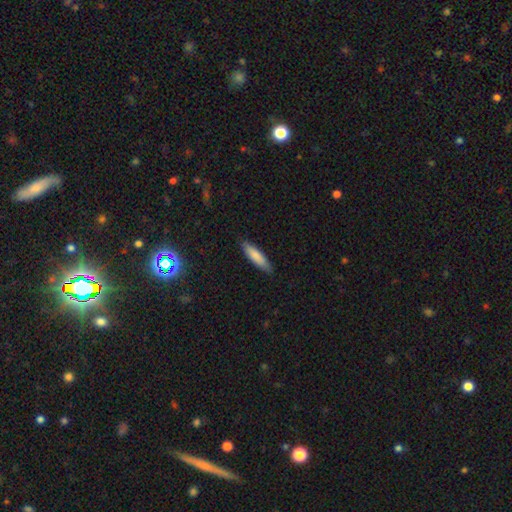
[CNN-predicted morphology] smooth-or-featured: smooth: 84% | featured or disk: 11% | star or artifact: 6%
  how-rounded: cigar-shaped: 70% | in between: 29% | round: 1%
  merging: none: 85% | minor disturbance: 12% | major disturbance: 2% | merger: 1%